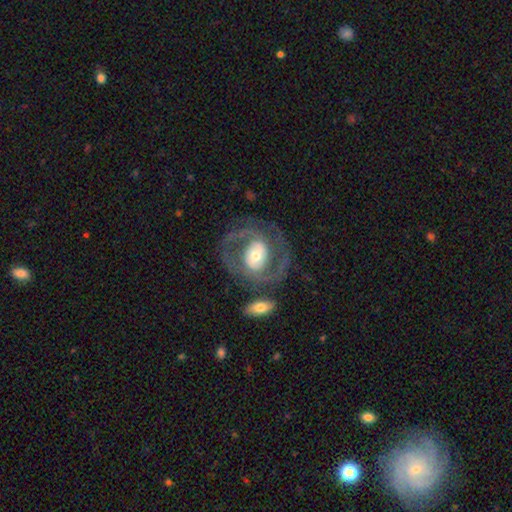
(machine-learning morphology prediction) featured or disk 82%, smooth 13%, star or artifact 5%. Down the decision tree: edge-on disk — no (96%); bar — no (50%); spiral arms — yes (83%); spiral arm count — 2 (82%); spiral winding — medium (49%); bulge size — moderate (60%); merging — none (70%).